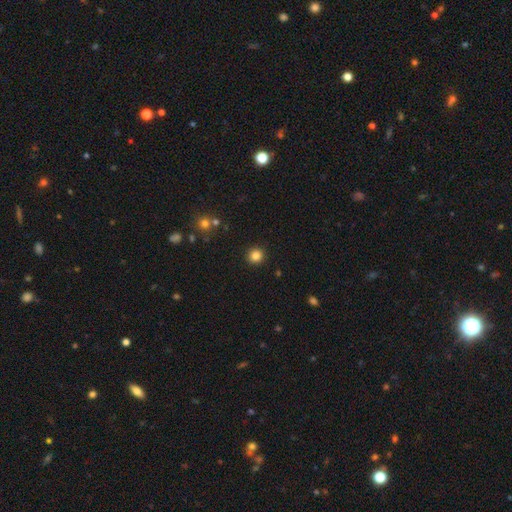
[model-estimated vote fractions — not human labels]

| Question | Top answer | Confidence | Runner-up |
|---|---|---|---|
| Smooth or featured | smooth | 84% | star or artifact (12%) |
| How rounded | round | 93% | in between (7%) |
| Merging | none | 92% | minor disturbance (5%) |